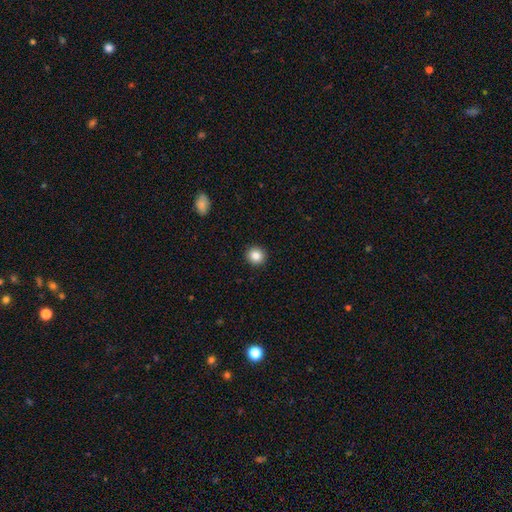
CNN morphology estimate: smooth 85%, star or artifact 10%, featured or disk 6%. Down the decision tree: how rounded — round (91%); merging — none (93%).